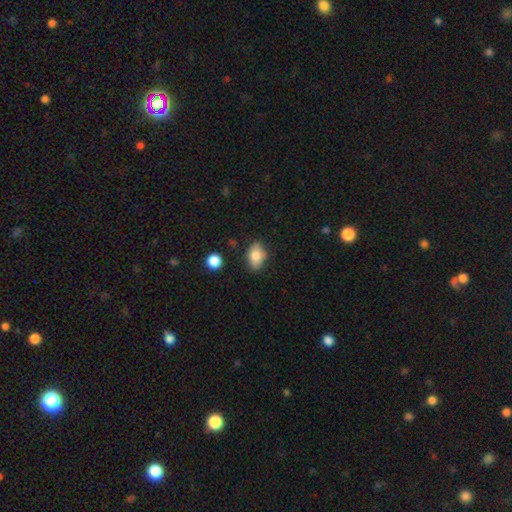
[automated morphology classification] This is likely a smooth galaxy (80%). How rounded: clearly in between (82%). Merging: likely none (77%).